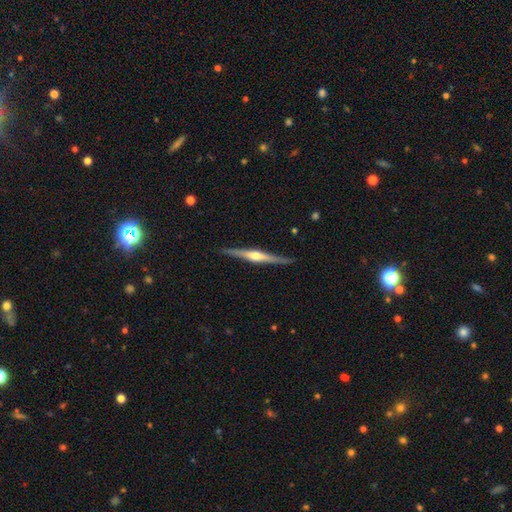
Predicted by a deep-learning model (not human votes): This appears to be a featured or disk galaxy (76%) viewed edge-on (98%) with a rounded central bulge (85%). Merging: none (88%).